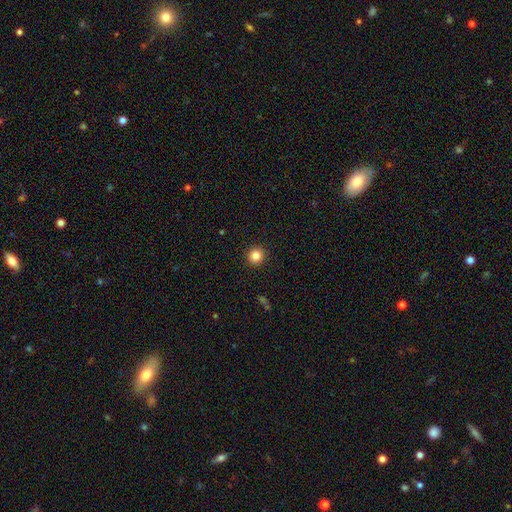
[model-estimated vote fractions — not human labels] A smooth galaxy with no disk features (85%) that is round (94%).

Vote fractions:
- Smooth or featured? smooth: 85% / star or artifact: 11% / featured or disk: 4%
- How rounded? round: 94% / in between: 5% / cigar-shaped: 1%
- Merging? none: 93% / minor disturbance: 5% / major disturbance: 2% / merger: 1%